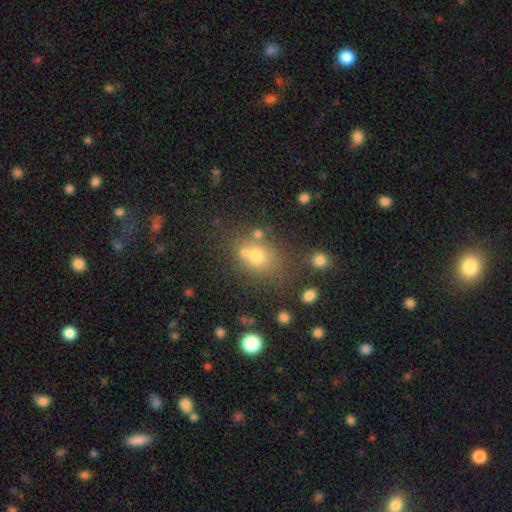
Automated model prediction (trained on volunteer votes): This appears to be a smooth galaxy with no disk features (68%) that is round (62%). Merging: none (58%).